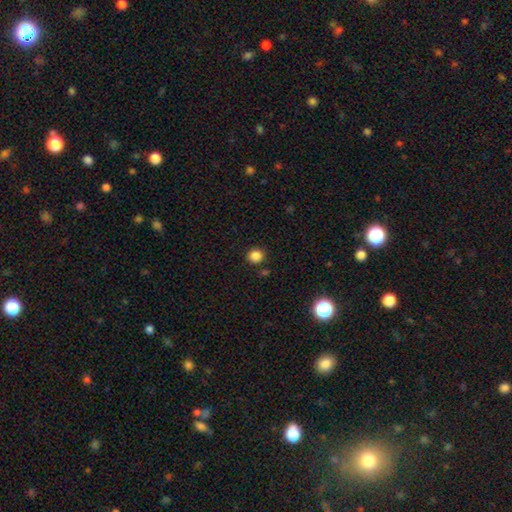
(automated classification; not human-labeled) Smooth or featured? Predicted: smooth (p=0.85). How rounded? Predicted: round (p=0.89). Merging? Predicted: none (p=0.88).